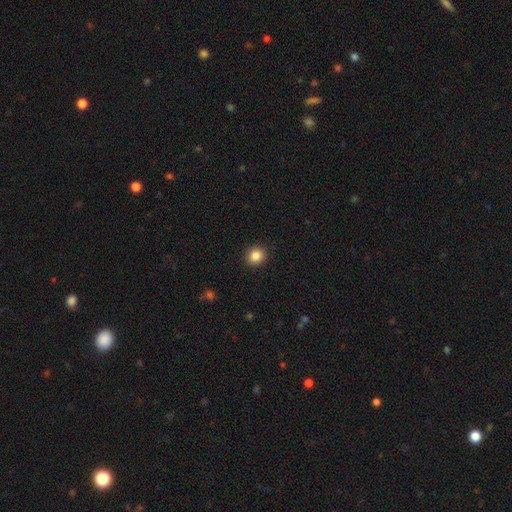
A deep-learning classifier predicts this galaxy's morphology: smooth-or-featured: smooth: 86% | star or artifact: 10% | featured or disk: 4%
  how-rounded: round: 86% | in between: 13% | cigar-shaped: 1%
  merging: none: 91% | minor disturbance: 6% | major disturbance: 2% | merger: 1%